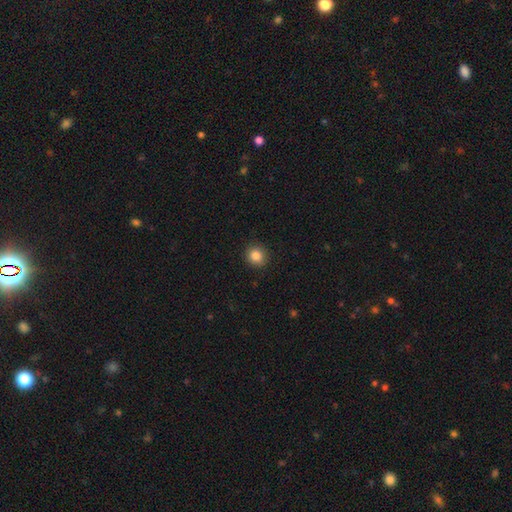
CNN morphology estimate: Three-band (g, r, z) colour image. It shows a smooth galaxy with no disk features (85%) that is round (89%). Merging: none (91%).